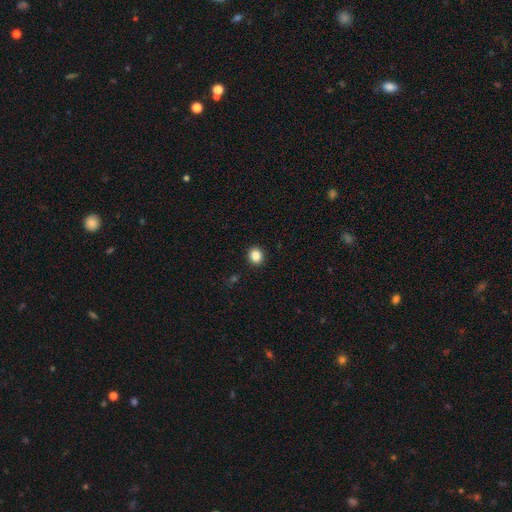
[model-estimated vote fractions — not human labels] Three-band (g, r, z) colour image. It shows a smooth galaxy with no disk features (85%) that is round (82%). Merging: none (92%).